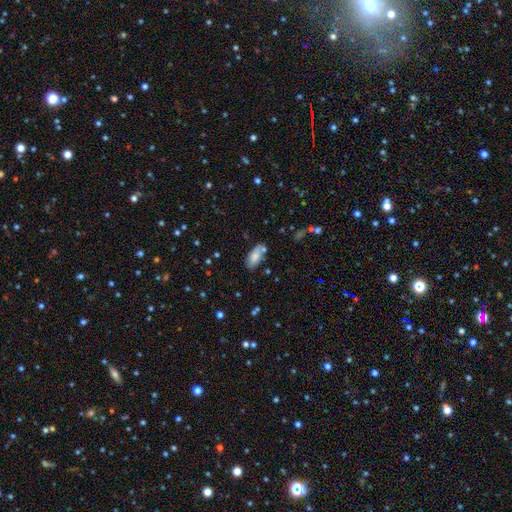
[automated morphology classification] Smooth or featured? smooth (80%)
How rounded? in between (87%)
Merging? none (69%)